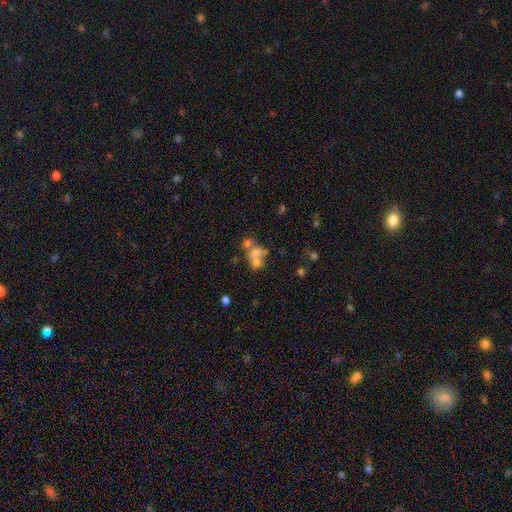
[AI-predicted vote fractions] This is possibly a smooth galaxy (57%). How rounded: possibly round (55%). Merging: possibly merger (60%).